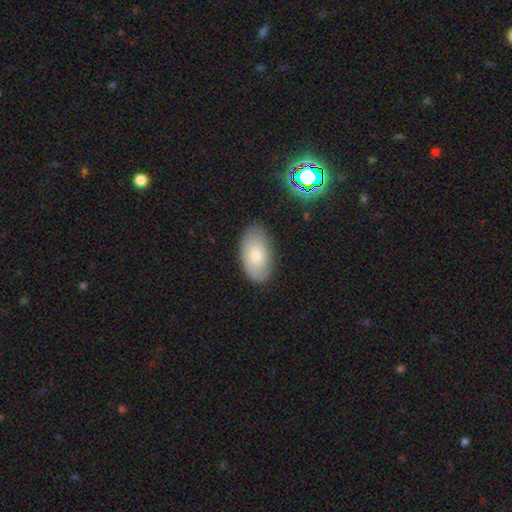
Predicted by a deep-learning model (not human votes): smooth 74%, featured or disk 19%, star or artifact 7%. Down the decision tree: how rounded — in between (95%); merging — none (81%).